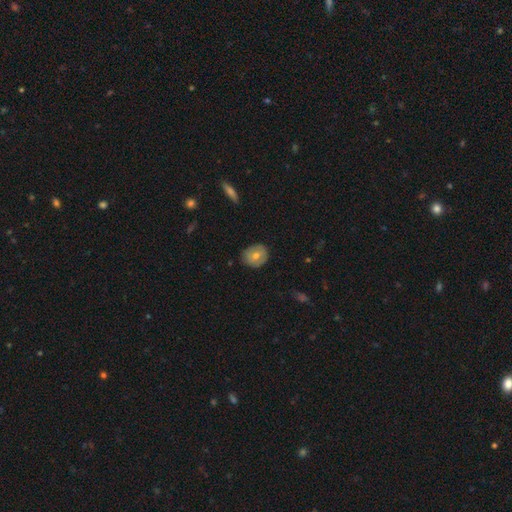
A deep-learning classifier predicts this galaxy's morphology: A smooth galaxy with no disk features (58%) that is round (70%).

Vote fractions:
- Smooth or featured? smooth: 58% / featured or disk: 35% / star or artifact: 8%
- How rounded? round: 70% / in between: 29% / cigar-shaped: 1%
- Merging? none: 81% / minor disturbance: 15% / major disturbance: 3% / merger: 1%